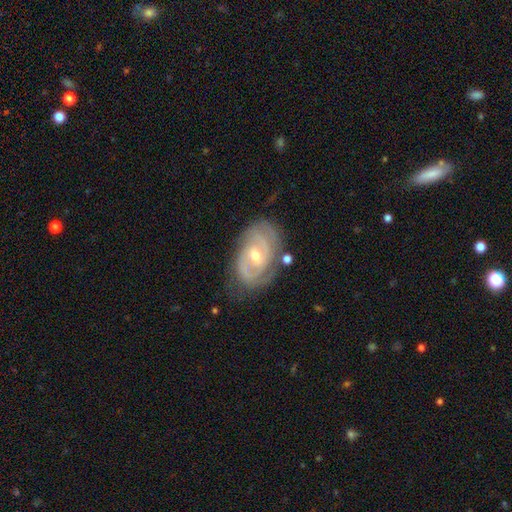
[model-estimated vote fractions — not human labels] Morphology: type=featured or disk (84%); edge-on=no (96%); bar=no (45%); spiral arms=yes (91%); winding=tight (66%); arm count=2 (50%); bulge=moderate (52%); merging=none (70%).